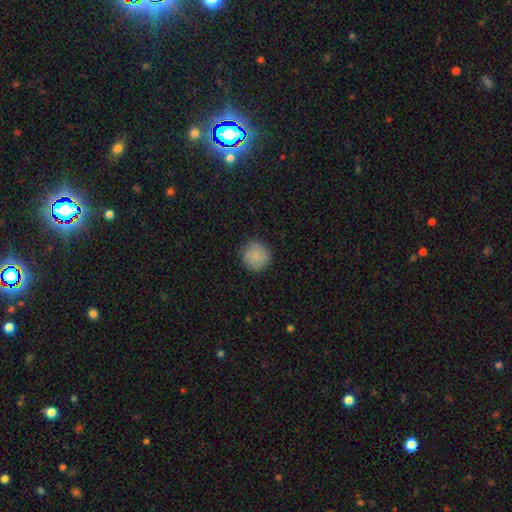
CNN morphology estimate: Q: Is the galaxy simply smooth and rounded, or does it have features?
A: smooth — 85%.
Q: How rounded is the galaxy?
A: round — 94%.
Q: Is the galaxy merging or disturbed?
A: none — 87%.